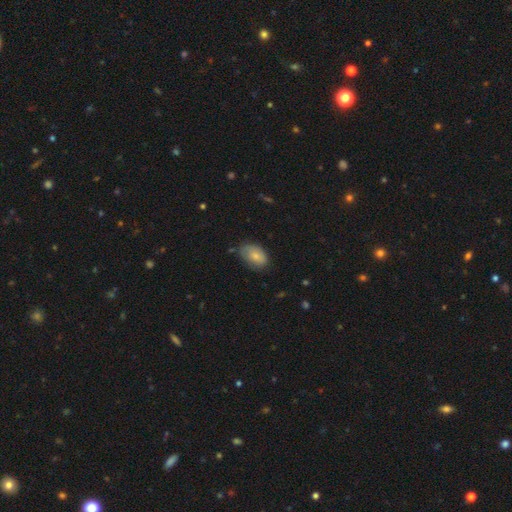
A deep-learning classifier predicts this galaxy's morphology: smooth_or_featured: smooth (p=0.74) [alt: featured or disk p=0.19]
how_rounded: in between (p=0.88) [alt: round p=0.11]
merging: none (p=0.62) [alt: minor disturbance p=0.29]